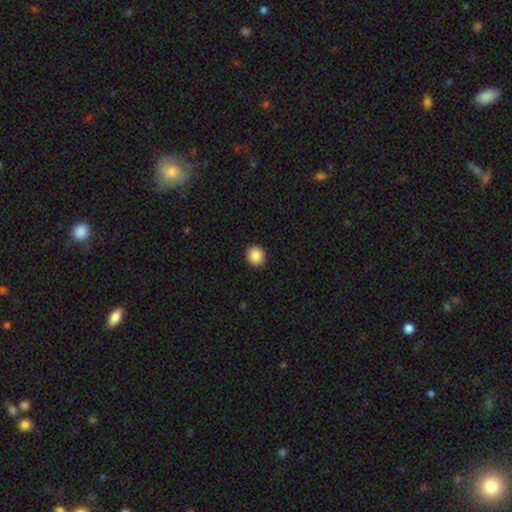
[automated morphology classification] type=smooth (88%); roundness=round (92%); merging=none (93%).